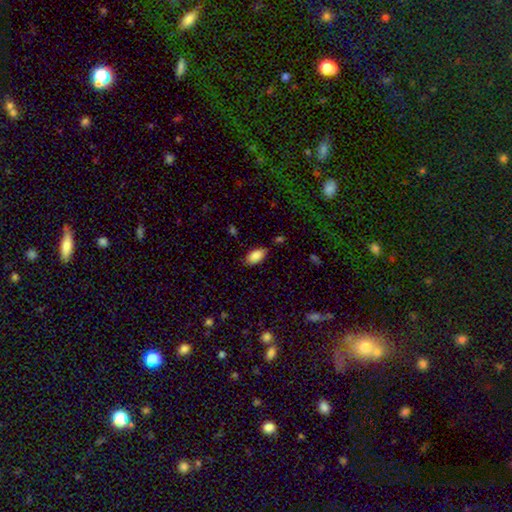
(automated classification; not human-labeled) A smooth galaxy with no disk features (85%) that is in between round and cigar-shaped (92%). Merging: none (76%).